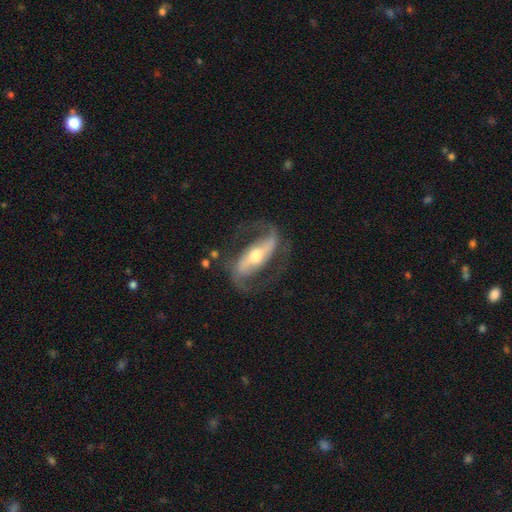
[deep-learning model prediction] smooth-or-featured: featured or disk: 89% | smooth: 7% | star or artifact: 4%
  disk-edge-on: no: 92% | yes: 8%
    bar: strong: 64% | weak: 22% | no: 15%
    has-spiral-arms: yes: 95% | no: 5%
      spiral-winding: medium: 49% | loose: 34% | tight: 17%
      spiral-arm-count: 2: 92% | can't tell: 3% | 1: 2% | 3: 1% | 4: 1% | more than 4: 1%
    bulge-size: moderate: 60% | small: 30% | large: 7% | dominant: 1% | none: 1%
  merging: none: 76% | minor disturbance: 12% | major disturbance: 10% | merger: 2%